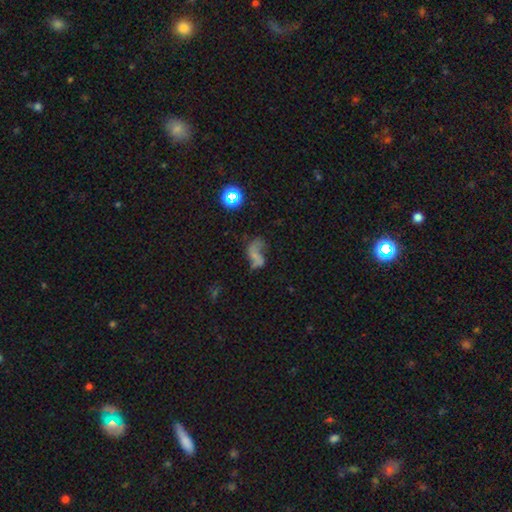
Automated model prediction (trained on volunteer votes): Smooth or featured? featured or disk (45%)
Merging? major disturbance (36%)